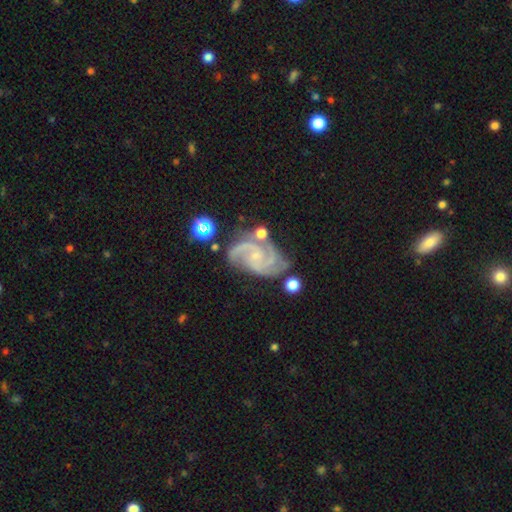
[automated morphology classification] smooth-or-featured: featured or disk: 91% | star or artifact: 5% | smooth: 4%
  disk-edge-on: no: 98% | yes: 2%
    bar: no: 64% | weak: 28% | strong: 7%
    has-spiral-arms: yes: 99% | no: 1%
      spiral-winding: medium: 48% | tight: 44% | loose: 7%
      spiral-arm-count: 3: 45% | 2: 30% | 4: 10% | can't tell: 7% | more than 4: 4% | 1: 4%
    bulge-size: small: 78% | moderate: 14% | none: 6% | large: 1% | dominant: 1%
  merging: none: 64% | minor disturbance: 20% | major disturbance: 8% | merger: 7%